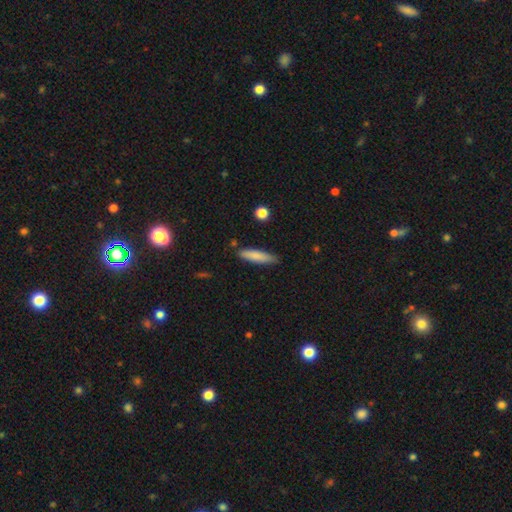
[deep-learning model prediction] A smooth galaxy with no disk features (81%) that is cigar-shaped (78%).

Vote fractions:
- Smooth or featured? smooth: 81% / featured or disk: 13% / star or artifact: 6%
- How rounded? cigar-shaped: 78% / in between: 20% / round: 1%
- Merging? none: 82% / minor disturbance: 13% / merger: 2% / major disturbance: 2%